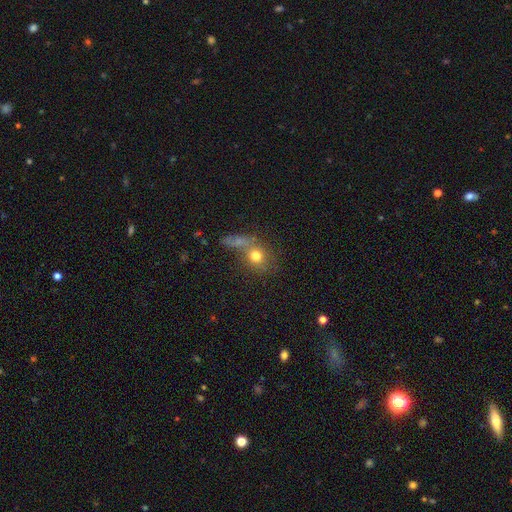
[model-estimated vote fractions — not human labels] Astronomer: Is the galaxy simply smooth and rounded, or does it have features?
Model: smooth — 73%.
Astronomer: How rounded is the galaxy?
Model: round — 75%.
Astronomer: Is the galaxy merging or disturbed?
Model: none — 44% (runner-up: merger, 35%).